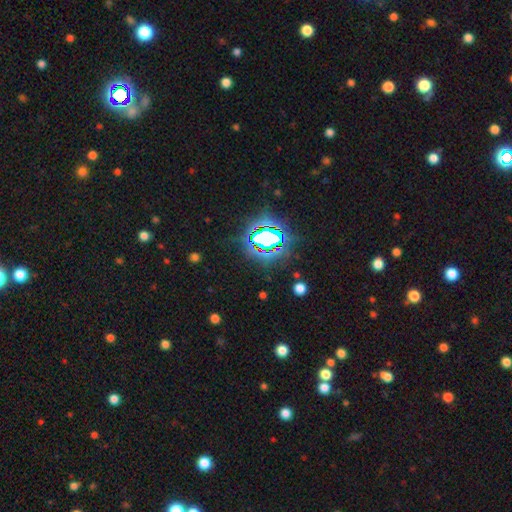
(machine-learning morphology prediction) smooth_or_featured: star or artifact (p=0.82) [alt: smooth p=0.11]